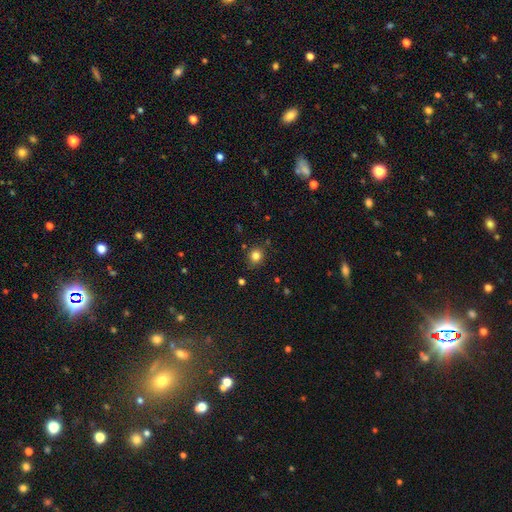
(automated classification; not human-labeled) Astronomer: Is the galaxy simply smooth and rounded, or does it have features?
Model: smooth — 82%.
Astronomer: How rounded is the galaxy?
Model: round — 85%.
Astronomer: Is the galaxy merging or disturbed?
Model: none — 85%.